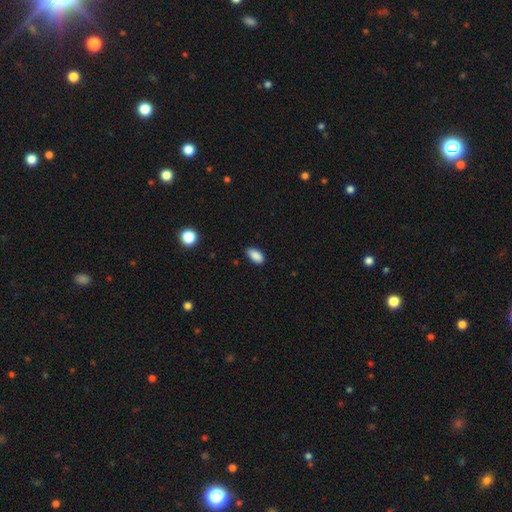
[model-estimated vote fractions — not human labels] Morphology: type=smooth (88%); roundness=in between (92%); merging=none (82%).